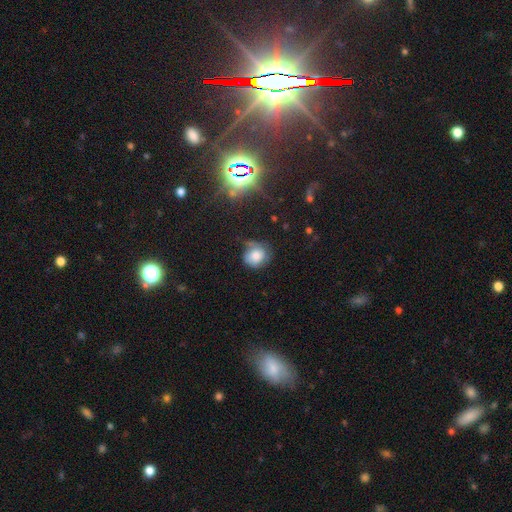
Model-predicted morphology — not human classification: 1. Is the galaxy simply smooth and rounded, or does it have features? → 70% smooth, 19% featured or disk, 11% star or artifact.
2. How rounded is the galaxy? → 76% round, 23% in between, 1% cigar-shaped.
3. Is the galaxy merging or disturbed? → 49% none, 33% minor disturbance, 15% major disturbance, 3% merger.